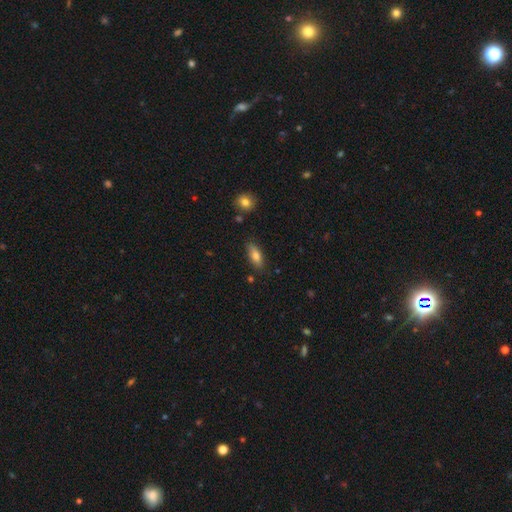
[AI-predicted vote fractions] Overall: smooth (77%). How rounded: in between (75%). Merging: none (80%).